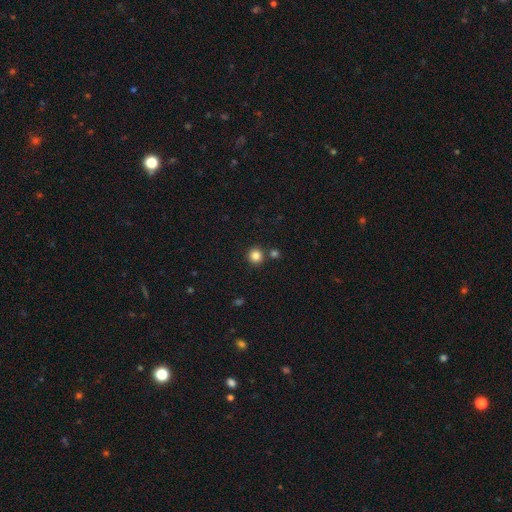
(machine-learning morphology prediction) Q: Smooth or featured?
A: smooth (84%); runner-up: star or artifact (12%)
Q: How rounded?
A: round (94%); runner-up: in between (5%)
Q: Merging?
A: none (85%); runner-up: merger (7%)